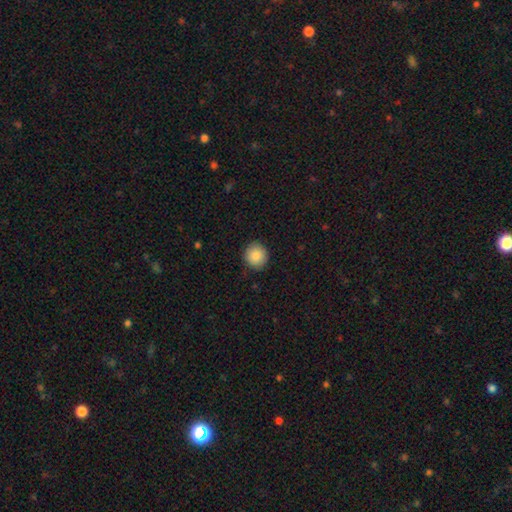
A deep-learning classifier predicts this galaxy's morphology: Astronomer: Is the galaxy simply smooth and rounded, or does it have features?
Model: smooth — 87%.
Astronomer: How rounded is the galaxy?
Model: round — 91%.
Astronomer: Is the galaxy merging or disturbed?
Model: none — 90%.